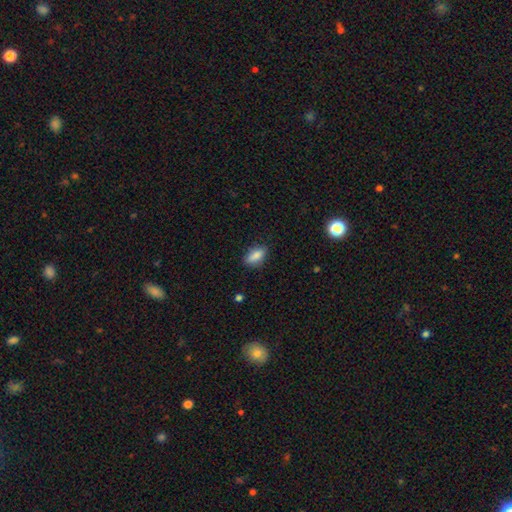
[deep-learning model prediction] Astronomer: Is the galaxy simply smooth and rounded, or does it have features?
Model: smooth — 83%.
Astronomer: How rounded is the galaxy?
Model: in between — 83%.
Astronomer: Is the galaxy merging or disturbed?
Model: none — 80%.